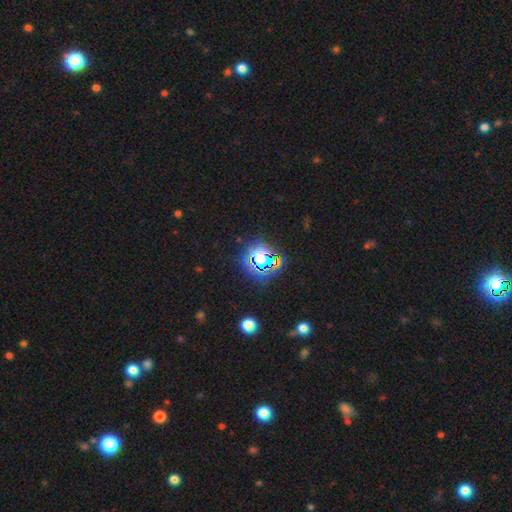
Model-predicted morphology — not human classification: This is likely a star or artifact rather than a galaxy (77%).